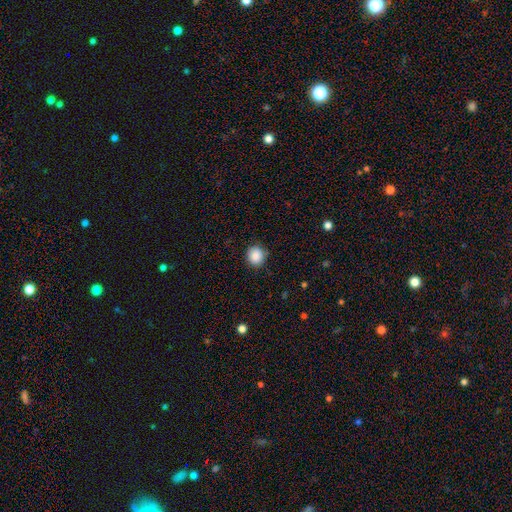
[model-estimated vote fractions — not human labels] The model was most divided on "how rounded": round: 86%, in between: 13%, cigar-shaped: 1%. More confident: smooth or featured — smooth (88%); merging — none (87%).